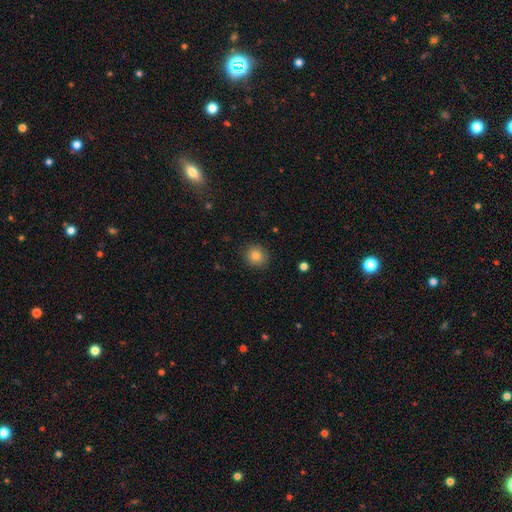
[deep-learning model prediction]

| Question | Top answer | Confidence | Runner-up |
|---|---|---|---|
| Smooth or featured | smooth | 83% | star or artifact (10%) |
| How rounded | round | 85% | in between (14%) |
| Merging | none | 88% | minor disturbance (9%) |